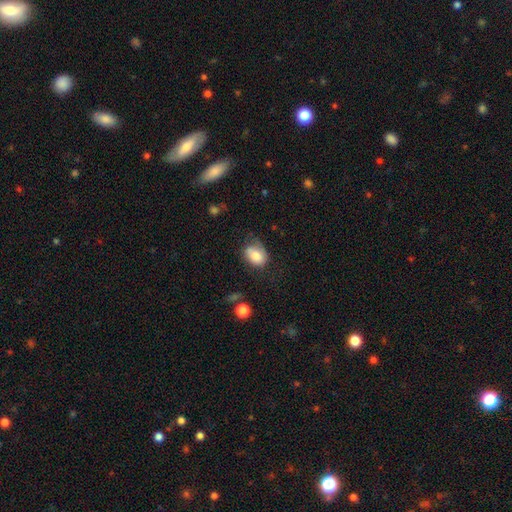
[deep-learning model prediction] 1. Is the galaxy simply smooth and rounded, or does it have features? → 76% smooth, 16% featured or disk, 8% star or artifact.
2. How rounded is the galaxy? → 72% in between, 27% round, 1% cigar-shaped.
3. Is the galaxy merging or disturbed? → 50% none, 31% minor disturbance, 14% major disturbance, 5% merger.